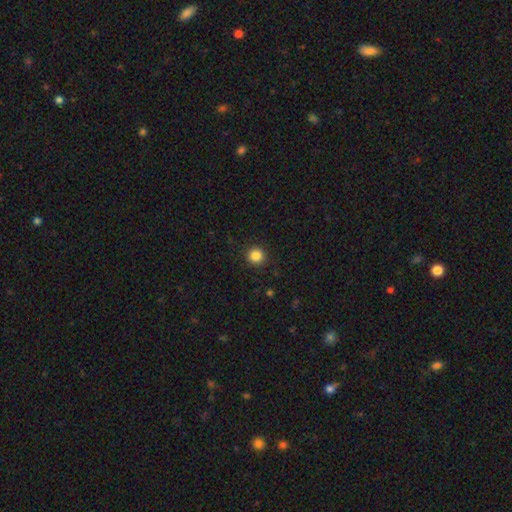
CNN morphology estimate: Smooth or featured?
  - smooth: 86% *
  - star or artifact: 11%
  - featured or disk: 3%
How rounded?
  - round: 94% *
  - in between: 5%
  - cigar-shaped: 1%
Merging?
  - none: 91% *
  - minor disturbance: 6%
  - major disturbance: 2%
  - merger: 1%